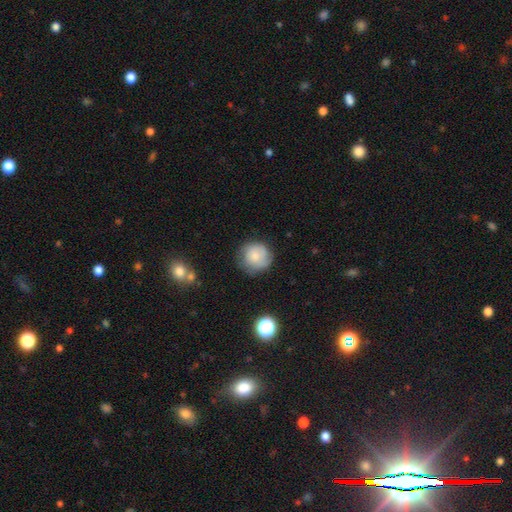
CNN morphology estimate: smooth_or_featured: smooth (p=0.68) [alt: featured or disk p=0.23]
how_rounded: round (p=0.91) [alt: in between p=0.08]
merging: none (p=0.70) [alt: minor disturbance p=0.22]